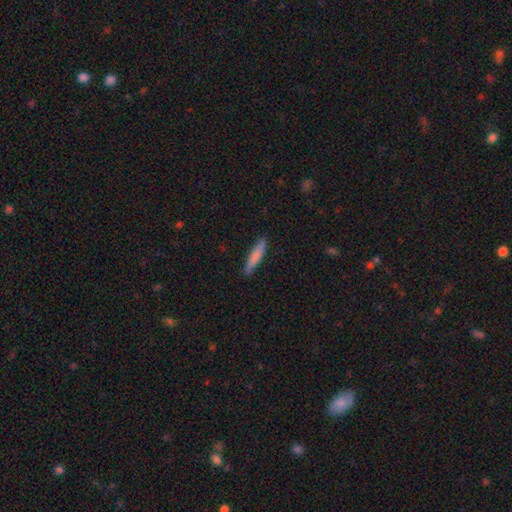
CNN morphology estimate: smooth_or_featured: smooth (p=0.80) [alt: featured or disk p=0.15]
how_rounded: cigar-shaped (p=0.90) [alt: in between p=0.09]
merging: none (p=0.87) [alt: minor disturbance p=0.10]